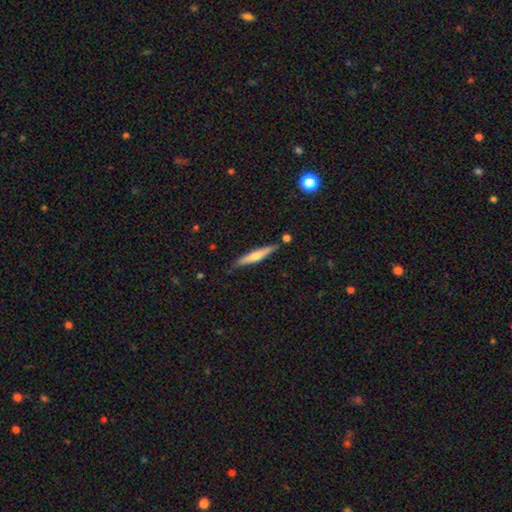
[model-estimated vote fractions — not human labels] Smooth or featured: smooth — 48% (featured or disk — 46%)
Merging: none — 82% (minor disturbance — 13%)